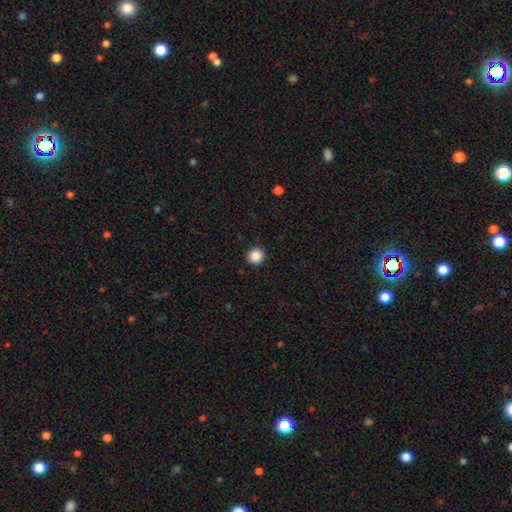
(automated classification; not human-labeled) Smooth or featured? smooth (88%)
How rounded? round (95%)
Merging? none (93%)